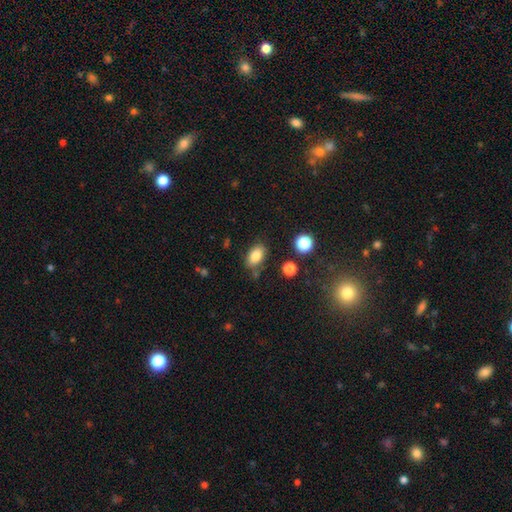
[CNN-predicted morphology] type=smooth (82%); roundness=in between (88%); merging=none (75%).